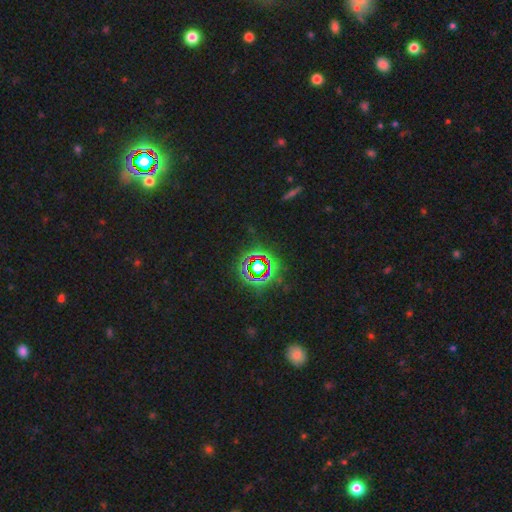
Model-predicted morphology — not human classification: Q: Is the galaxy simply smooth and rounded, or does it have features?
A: star or artifact — 79%.